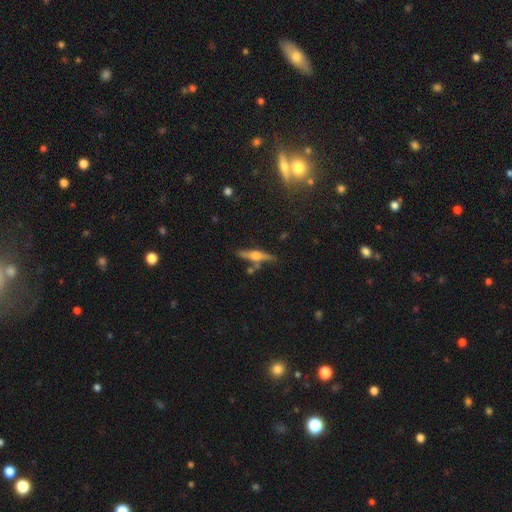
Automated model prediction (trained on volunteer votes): Smooth or featured: featured or disk — 65% (smooth — 28%)
Edge-on disk: yes — 96% (no — 4%)
Edge-on bulge: rounded — 91% (boxy — 6%)
Merging: none — 77% (minor disturbance — 12%)